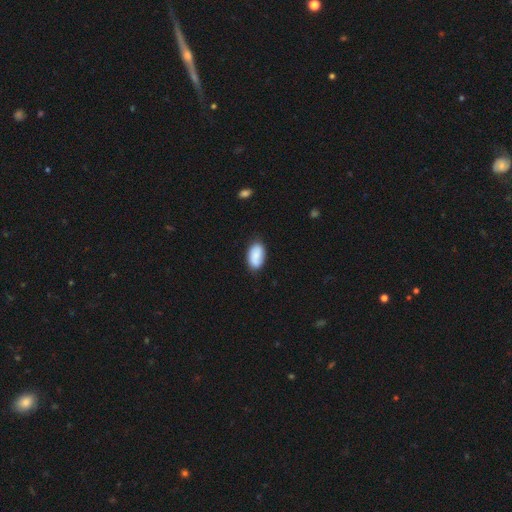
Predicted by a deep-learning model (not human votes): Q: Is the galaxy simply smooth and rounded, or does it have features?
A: smooth — 80%.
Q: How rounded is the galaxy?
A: in between — 94%.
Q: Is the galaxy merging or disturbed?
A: none — 79%.